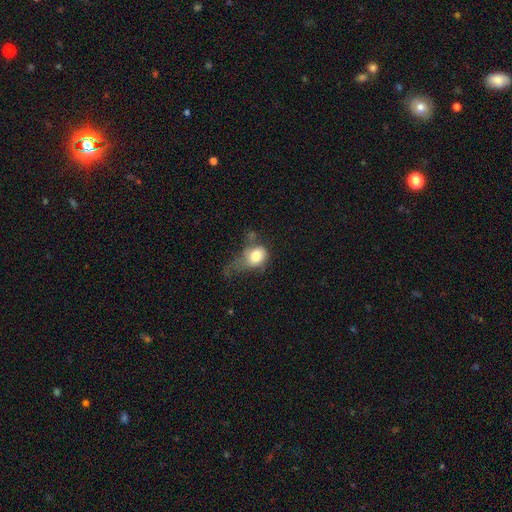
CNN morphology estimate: smooth_or_featured: smooth (p=0.74) [alt: featured or disk p=0.17]
how_rounded: round (p=0.50) [alt: in between p=0.48]
merging: major disturbance (p=0.45) [alt: minor disturbance p=0.26]